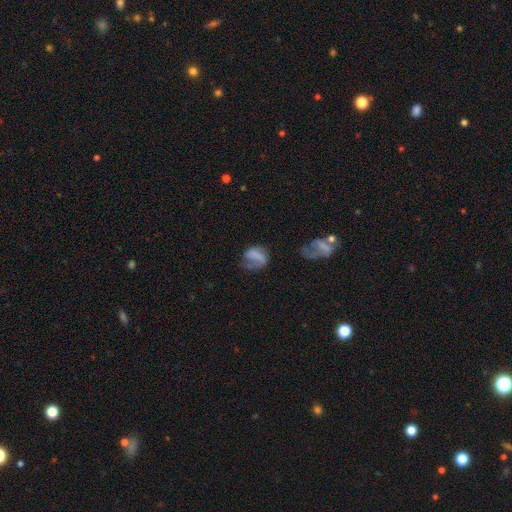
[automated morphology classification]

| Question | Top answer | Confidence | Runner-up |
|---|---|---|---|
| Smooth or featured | smooth | 50% | featured or disk (39%) |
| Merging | major disturbance | 37% | none (34%) |